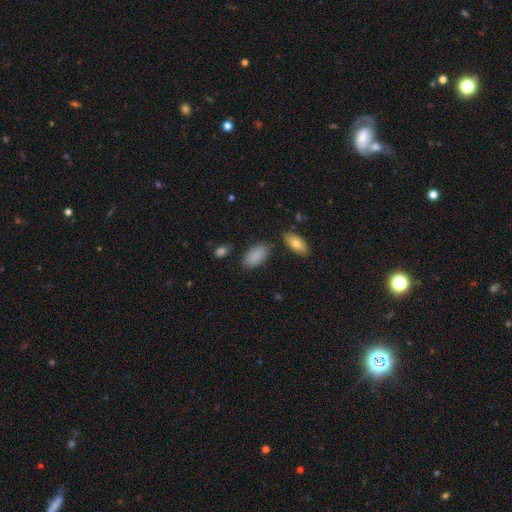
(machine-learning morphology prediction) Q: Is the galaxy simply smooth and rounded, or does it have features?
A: smooth — 88%.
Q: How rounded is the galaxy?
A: in between — 94%.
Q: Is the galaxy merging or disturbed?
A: none — 80%.